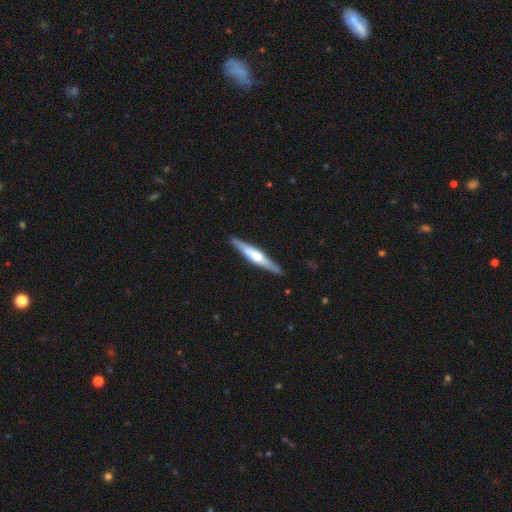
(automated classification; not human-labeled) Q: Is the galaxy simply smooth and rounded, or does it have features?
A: featured or disk — 63%.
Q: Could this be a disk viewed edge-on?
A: yes — 97%.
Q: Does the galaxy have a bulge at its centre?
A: rounded — 80%.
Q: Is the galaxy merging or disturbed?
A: none — 91%.